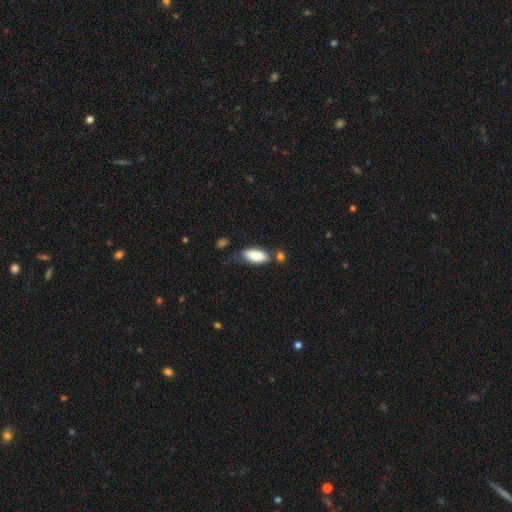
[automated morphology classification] Overall: smooth (83%). How rounded: in between (88%). Merging: none (45%; minor disturbance 27%).